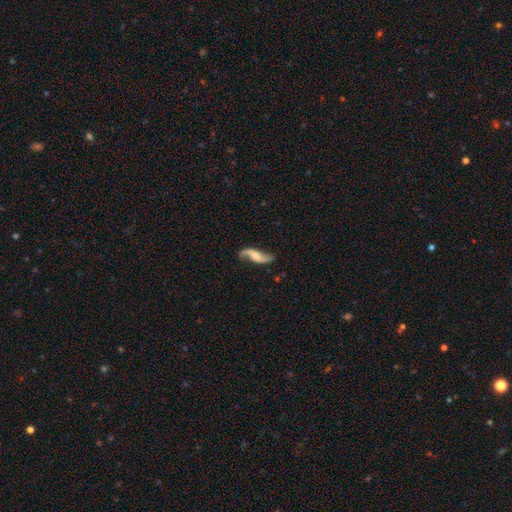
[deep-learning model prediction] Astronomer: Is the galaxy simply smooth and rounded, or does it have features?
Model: featured or disk — 83%.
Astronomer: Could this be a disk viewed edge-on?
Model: no — 91%.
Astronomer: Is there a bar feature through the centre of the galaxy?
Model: no — 50% (runner-up: weak, 34%).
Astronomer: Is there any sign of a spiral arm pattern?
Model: yes — 95%.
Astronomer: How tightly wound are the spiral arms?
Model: loose — 90%.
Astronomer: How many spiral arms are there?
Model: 2 — 93%.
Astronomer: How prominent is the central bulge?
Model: small — 37% (runner-up: moderate, 32%).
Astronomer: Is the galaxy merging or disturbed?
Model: none — 75%.